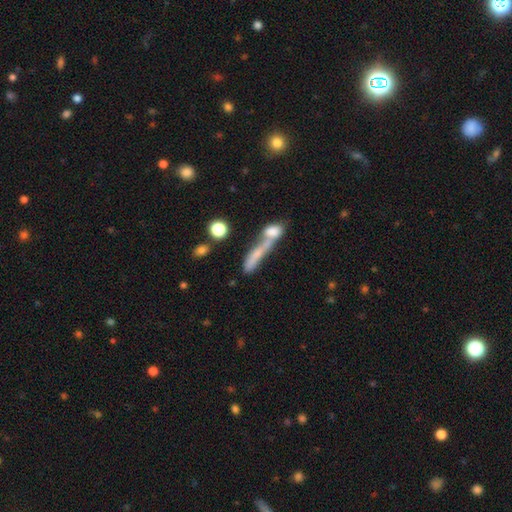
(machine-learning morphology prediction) This appears to be a smooth galaxy with no disk features (59%) that is cigar-shaped (69%). Merging: merger (60%).